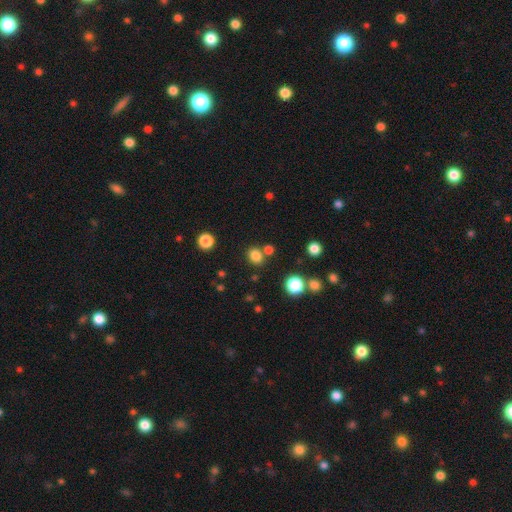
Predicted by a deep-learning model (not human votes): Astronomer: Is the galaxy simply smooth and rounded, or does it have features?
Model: smooth — 80%.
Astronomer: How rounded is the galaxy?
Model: round — 65%.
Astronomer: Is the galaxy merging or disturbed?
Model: none — 74%.